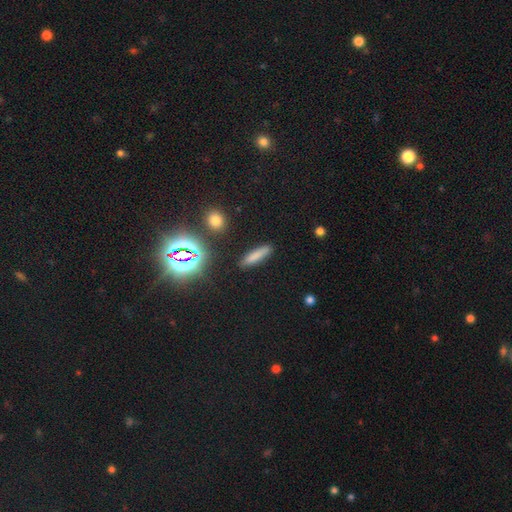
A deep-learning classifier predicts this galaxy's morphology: The model was most divided on "smooth or featured": smooth: 76%, star or artifact: 14%, featured or disk: 10%. More confident: merging — none (88%); how rounded — cigar-shaped (80%).